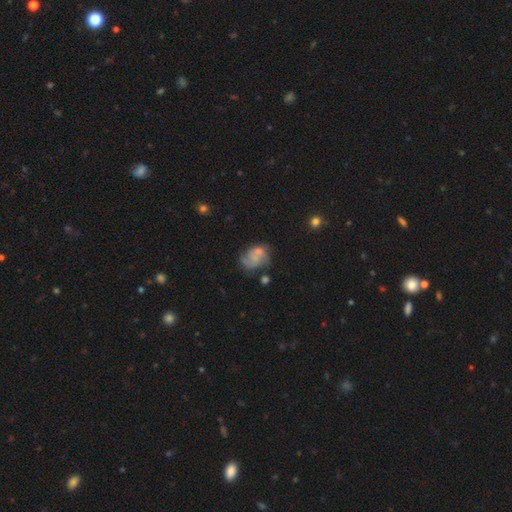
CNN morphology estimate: Smooth or featured: featured or disk — 51% (smooth — 38%)
Edge-on disk: no — 98% (yes — 2%)
Merging: none — 38% (minor disturbance — 25%)